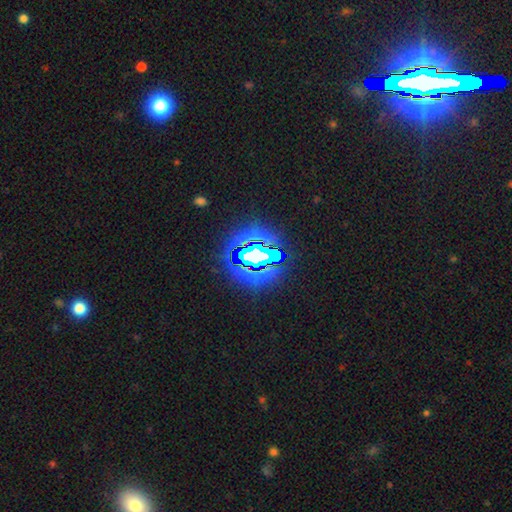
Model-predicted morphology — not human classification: This appears to be a star or artifact, not a galaxy (72%).